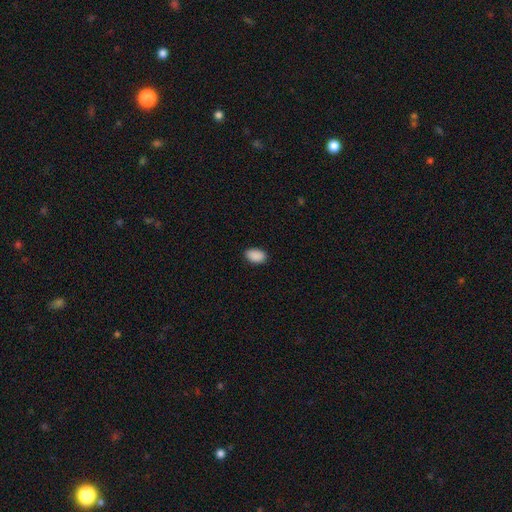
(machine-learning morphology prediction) A smooth galaxy with no disk features (90%) that is in between round and cigar-shaped (91%).

Vote fractions:
- Smooth or featured? smooth: 90% / star or artifact: 7% / featured or disk: 2%
- How rounded? in between: 91% / round: 8% / cigar-shaped: 1%
- Merging? none: 88% / minor disturbance: 9% / major disturbance: 2% / merger: 1%